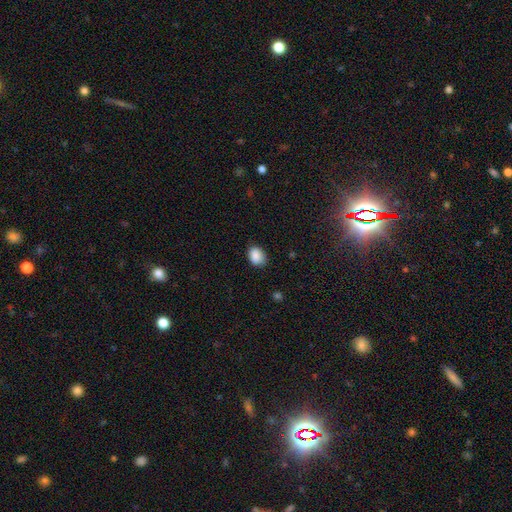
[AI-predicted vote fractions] A smooth galaxy with no disk features (88%) that is in between round and cigar-shaped (72%).

Vote fractions:
- Smooth or featured? smooth: 88% / star or artifact: 8% / featured or disk: 4%
- How rounded? in between: 72% / round: 27% / cigar-shaped: 1%
- Merging? none: 77% / minor disturbance: 19% / major disturbance: 3% / merger: 1%